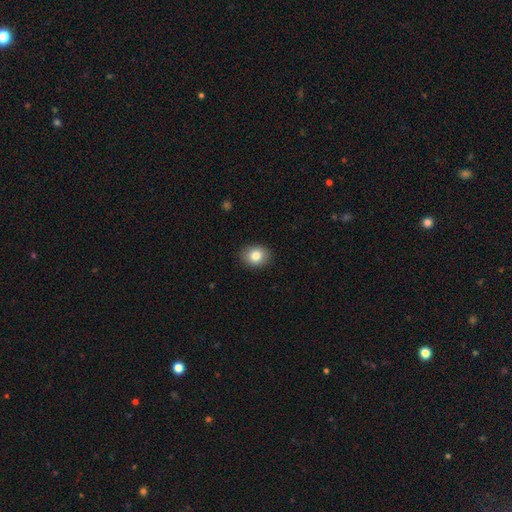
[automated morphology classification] Smooth or featured? Predicted: smooth (p=0.83). How rounded? Predicted: round (p=0.52). Merging? Predicted: none (p=0.89).